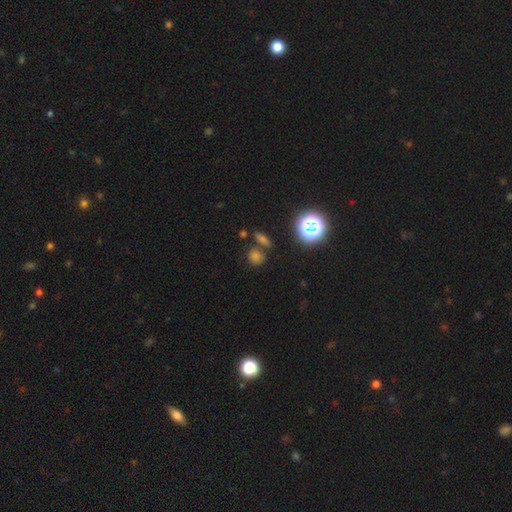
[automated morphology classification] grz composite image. It shows a smooth galaxy with no disk features (61%) that is round (75%). Merging: none (67%).